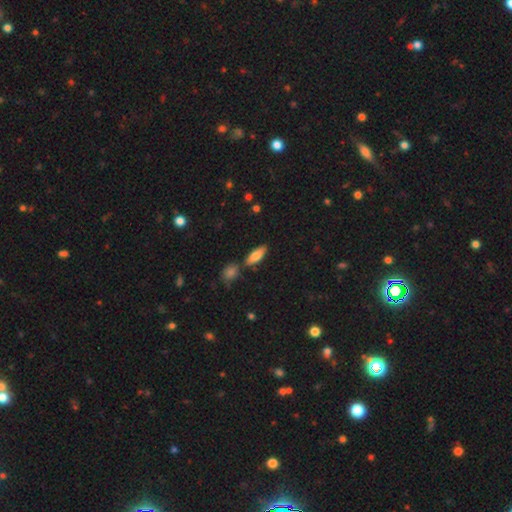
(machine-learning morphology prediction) A smooth galaxy with no disk features (80%) that is in between round and cigar-shaped (72%). Merging: none (76%).